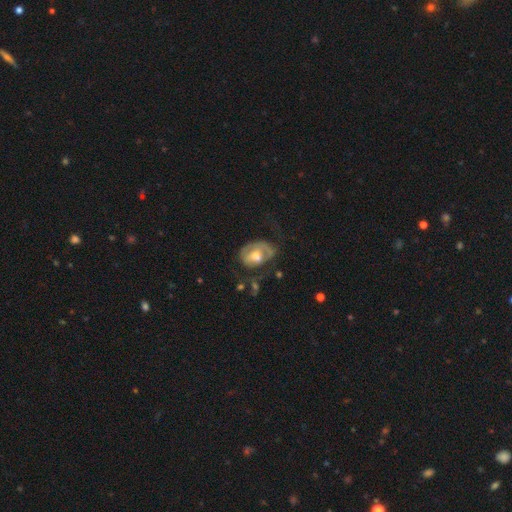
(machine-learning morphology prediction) Smooth or featured?
  - featured or disk: 56% *
  - smooth: 38%
  - star or artifact: 7%
Edge-on disk?
  - no: 95% *
  - yes: 5%
Bar?
  - no: 60% *
  - weak: 30%
  - strong: 9%
Spiral arms?
  - no: 50% * (tied)
  - yes: 50% * (tied)
Bulge size?
  - moderate: 62% *
  - large: 22%
  - small: 12%
  - none: 3%
  - dominant: 2%
Merging?
  - none: 39% *
  - major disturbance: 29%
  - minor disturbance: 27%
  - merger: 4%